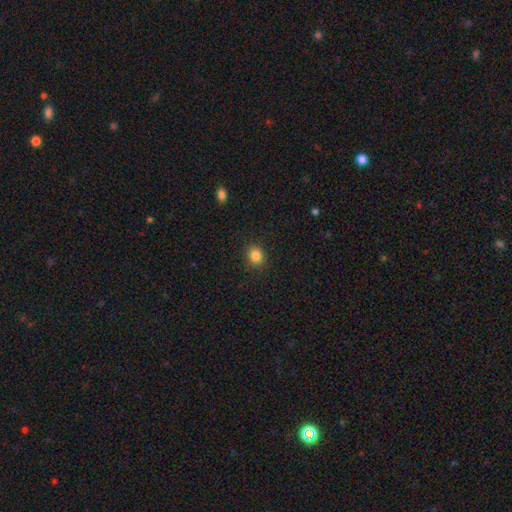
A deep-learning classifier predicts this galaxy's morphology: Smooth or featured?
  - smooth: 84% *
  - star or artifact: 12%
  - featured or disk: 5%
How rounded?
  - round: 78% *
  - in between: 21%
  - cigar-shaped: 1%
Merging?
  - none: 90% *
  - minor disturbance: 7%
  - major disturbance: 2%
  - merger: 1%